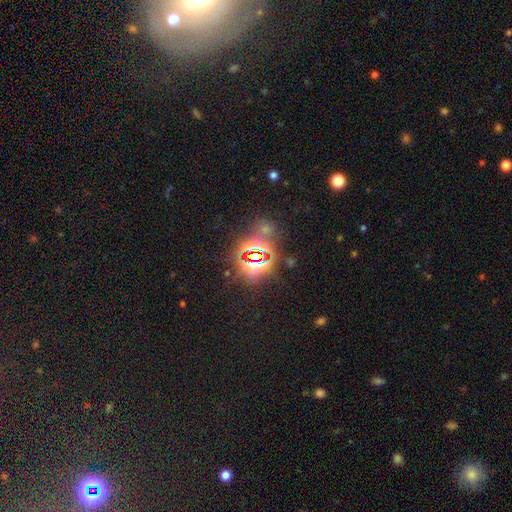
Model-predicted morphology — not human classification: A star or artifact, not a galaxy (79%).

Vote fractions:
- Smooth or featured? star or artifact: 79% / smooth: 13% / featured or disk: 8%